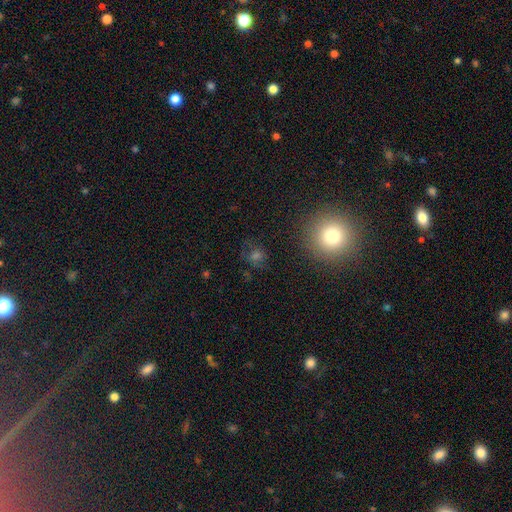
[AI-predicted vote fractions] Morphology: type=smooth (52%); roundness=round (79%); merging=none (76%).